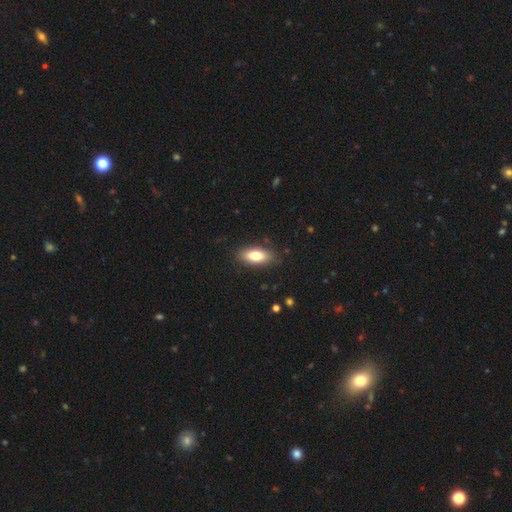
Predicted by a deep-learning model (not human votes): Smooth or featured: smooth — 78% (featured or disk — 16%)
How rounded: in between — 85% (cigar-shaped — 11%)
Merging: none — 84% (minor disturbance — 12%)